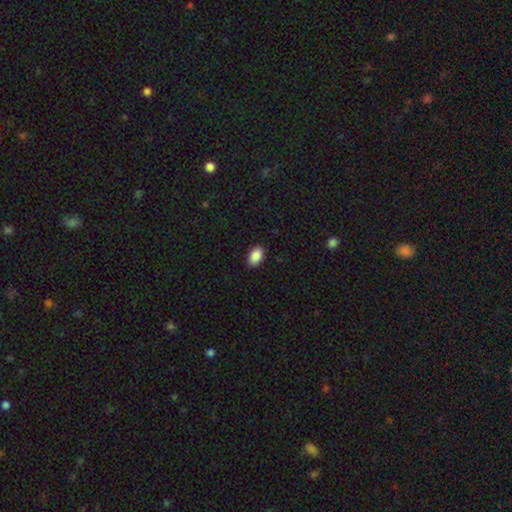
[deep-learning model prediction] Q: Smooth or featured?
A: smooth (89%); runner-up: star or artifact (7%)
Q: How rounded?
A: in between (91%); runner-up: round (8%)
Q: Merging?
A: none (90%); runner-up: minor disturbance (8%)